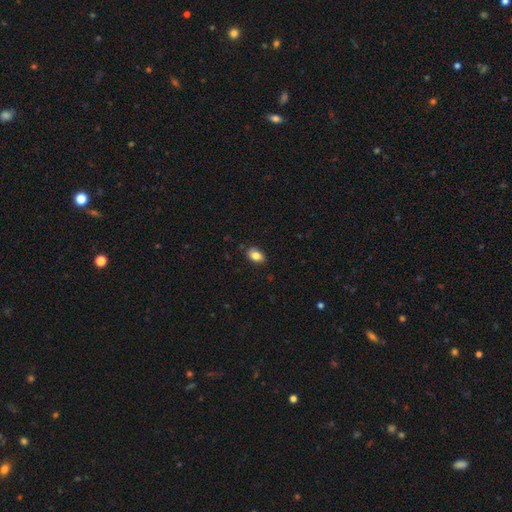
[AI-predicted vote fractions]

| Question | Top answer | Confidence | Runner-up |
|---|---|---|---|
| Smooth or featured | smooth | 83% | star or artifact (9%) |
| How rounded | in between | 85% | round (14%) |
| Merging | none | 85% | minor disturbance (12%) |